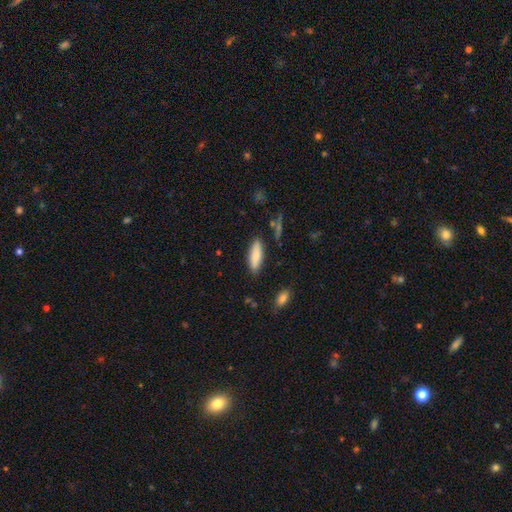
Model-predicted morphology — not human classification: smooth 85%, featured or disk 8%, star or artifact 6%. Down the decision tree: how rounded — in between (57%); merging — none (85%).